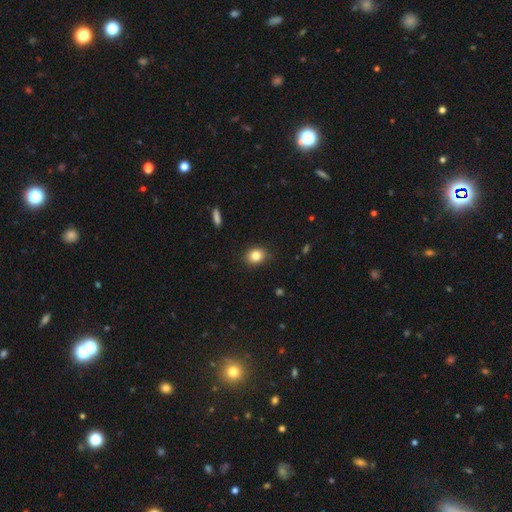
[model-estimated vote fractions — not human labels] Smooth or featured?
  - smooth: 84% *
  - star or artifact: 10%
  - featured or disk: 6%
How rounded?
  - round: 59% *
  - in between: 40%
  - cigar-shaped: 1%
Merging?
  - none: 87% *
  - minor disturbance: 10%
  - major disturbance: 2%
  - merger: 1%